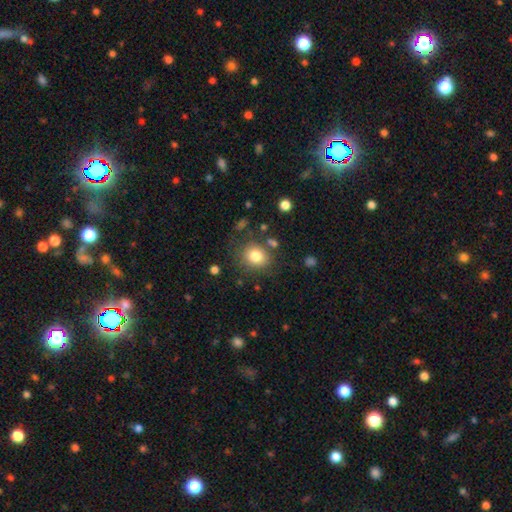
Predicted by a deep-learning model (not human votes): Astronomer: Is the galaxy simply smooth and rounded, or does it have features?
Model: smooth — 81%.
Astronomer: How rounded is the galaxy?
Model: round — 72%.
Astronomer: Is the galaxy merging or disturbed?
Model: none — 78%.